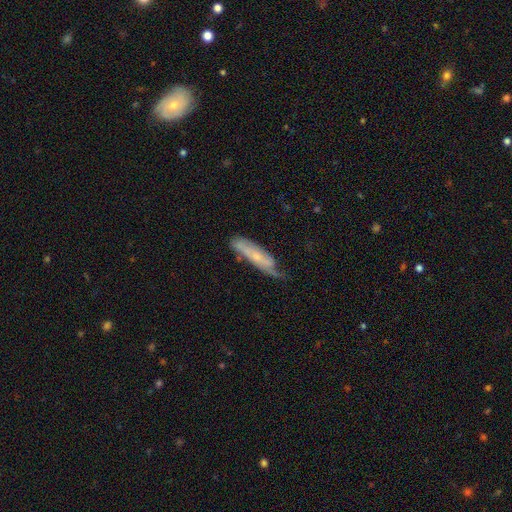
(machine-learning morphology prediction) Overall: featured or disk (54%; smooth 38%). Edge-on disk: no (59%; yes 41%). Merging: none (53%; minor disturbance 33%).